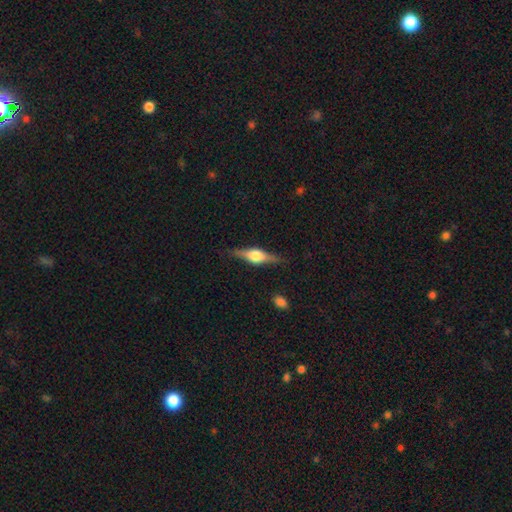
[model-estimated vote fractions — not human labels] The model was most divided on "smooth or featured": featured or disk: 71%, smooth: 23%, star or artifact: 6%. More confident: edge-on disk — yes (97%); edge-on bulge — rounded (90%); merging — none (85%).